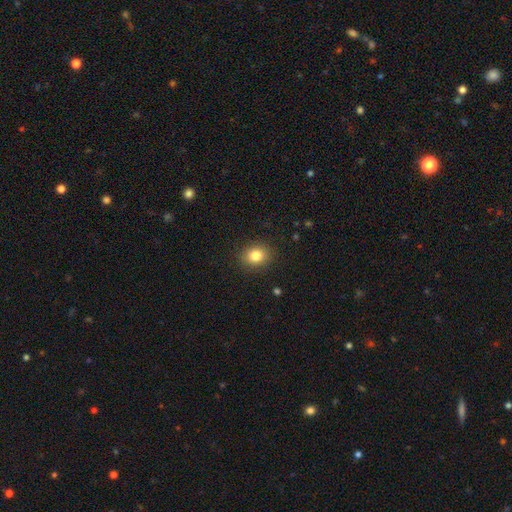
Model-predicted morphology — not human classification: Smooth or featured?
  - smooth: 83% *
  - star or artifact: 10%
  - featured or disk: 7%
How rounded?
  - round: 59% *
  - in between: 40%
  - cigar-shaped: 1%
Merging?
  - none: 89% *
  - minor disturbance: 8%
  - major disturbance: 2%
  - merger: 1%